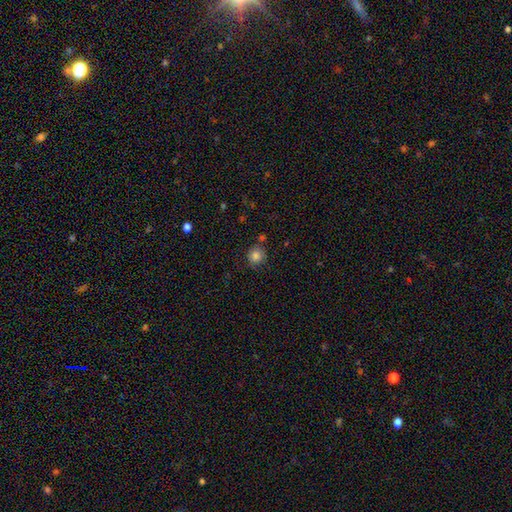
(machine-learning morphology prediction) smooth 83%, star or artifact 11%, featured or disk 6%. Down the decision tree: how rounded — round (90%); merging — none (77%).